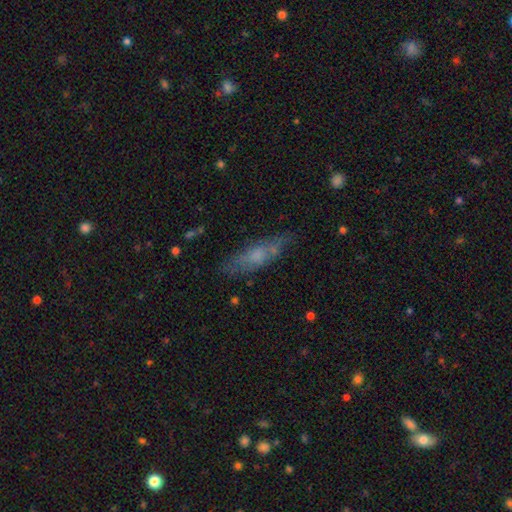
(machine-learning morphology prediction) This appears to be a smooth galaxy with no disk features (56%) that is cigar-shaped (58%). Merging: none (65%).